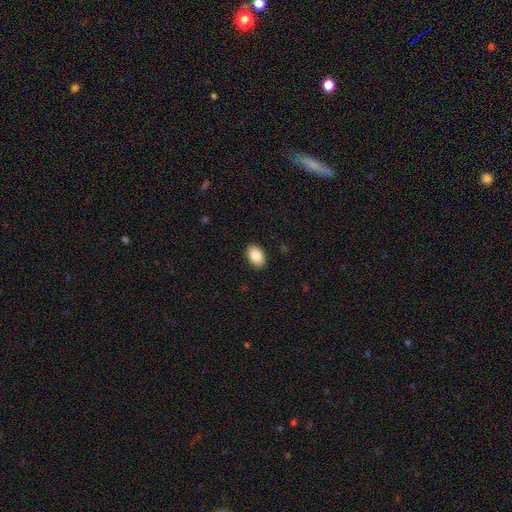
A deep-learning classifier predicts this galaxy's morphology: smooth 86%, star or artifact 7%, featured or disk 7%. Down the decision tree: how rounded — in between (89%); merging — none (90%).